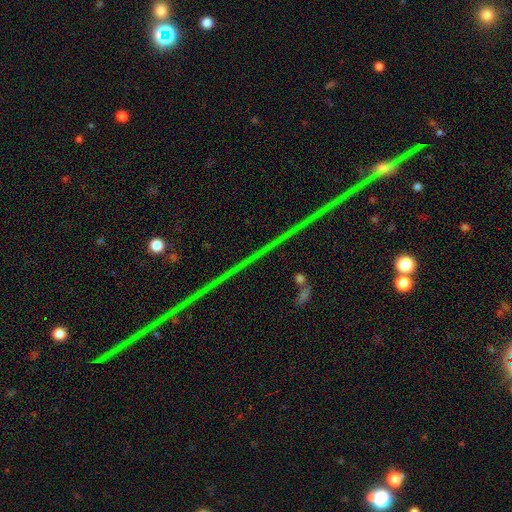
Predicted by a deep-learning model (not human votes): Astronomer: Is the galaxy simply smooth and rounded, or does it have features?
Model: star or artifact — 82%.